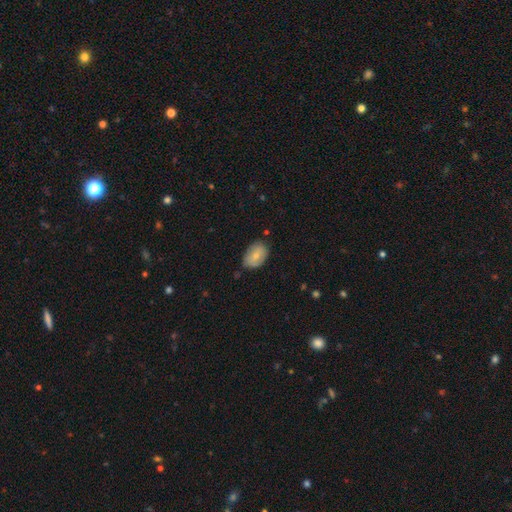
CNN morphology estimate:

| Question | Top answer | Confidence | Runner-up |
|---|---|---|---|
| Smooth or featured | smooth | 74% | featured or disk (19%) |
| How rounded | in between | 87% | round (12%) |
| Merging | none | 71% | minor disturbance (23%) |